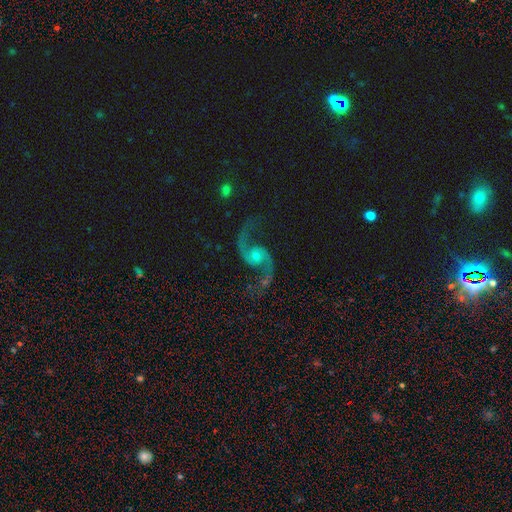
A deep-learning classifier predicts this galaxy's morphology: This appears to be a featured or disk galaxy (92%) with no bar (67%), 2 (95%) loose (67%) spiral arms (98%) and a small central bulge (55%). Merging: none (77%).